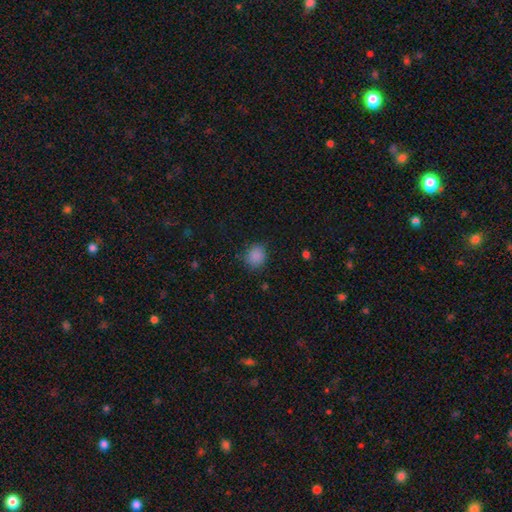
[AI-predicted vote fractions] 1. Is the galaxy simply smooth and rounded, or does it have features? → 86% smooth, 10% star or artifact, 4% featured or disk.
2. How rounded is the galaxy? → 71% round, 28% in between, 1% cigar-shaped.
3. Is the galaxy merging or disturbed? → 82% none, 13% minor disturbance, 4% major disturbance, 1% merger.